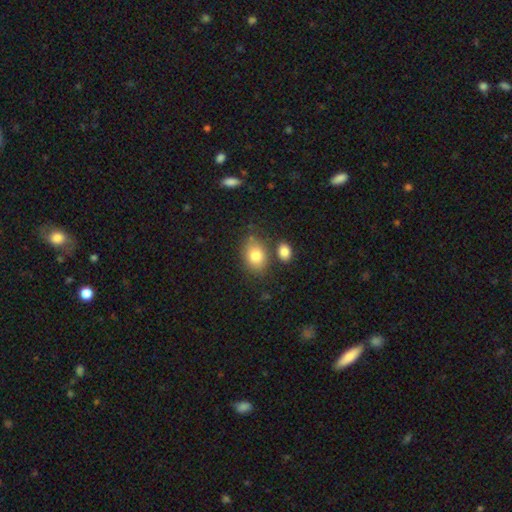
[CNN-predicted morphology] smooth 81%, featured or disk 10%, star or artifact 9%. Down the decision tree: how rounded — in between (71%); merging — none (68%).